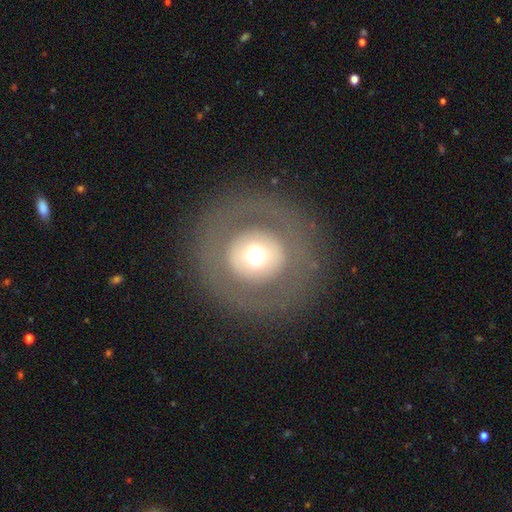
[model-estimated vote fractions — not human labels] smooth_or_featured: smooth (p=0.51) [alt: featured or disk p=0.38]
how_rounded: round (p=0.92) [alt: in between p=0.07]
merging: none (p=0.83) [alt: major disturbance p=0.09]